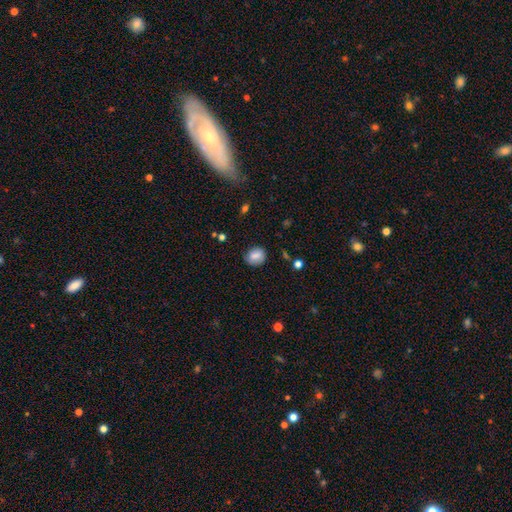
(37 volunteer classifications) smooth_or_featured: smooth (p=0.78) [alt: featured or disk p=0.22]
how_rounded: round (p=0.76) [alt: in between p=0.24]
merging: none (p=0.73) [alt: minor disturbance p=0.16]